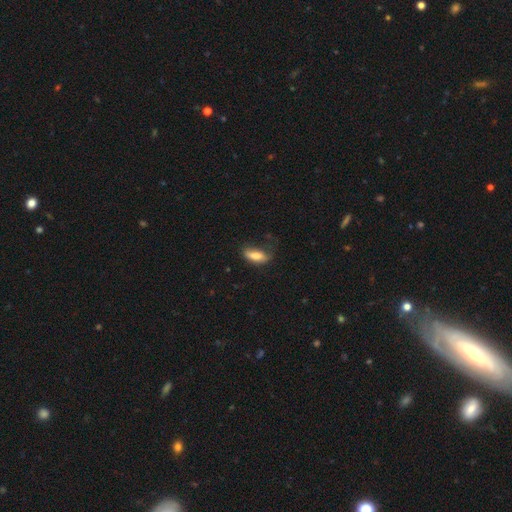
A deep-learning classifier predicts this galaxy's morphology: Overall: smooth (78%). How rounded: in between (77%). Merging: none (49%; minor disturbance 33%).